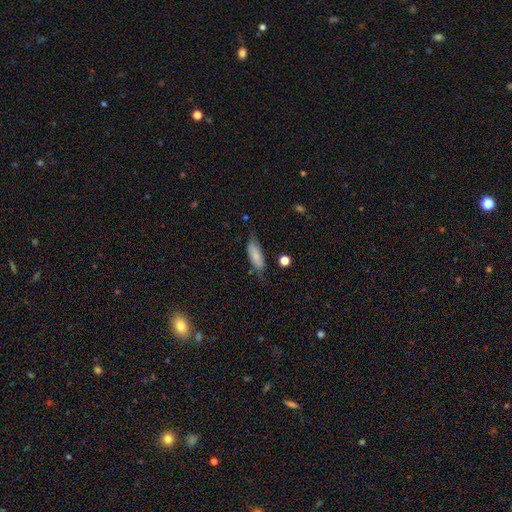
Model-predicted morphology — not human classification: The model was most divided on "merging": none: 61%, minor disturbance: 28%, major disturbance: 8%, merger: 3%. More confident: smooth or featured — smooth (76%); how rounded — in between (67%).